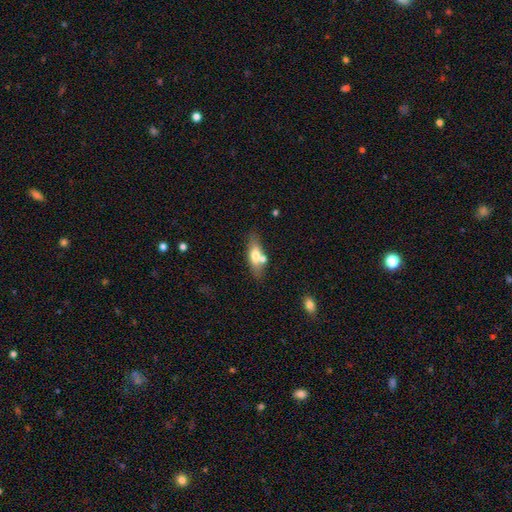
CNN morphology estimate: Smooth or featured? smooth (62%)
How rounded? in between (61%)
Merging? none (65%)